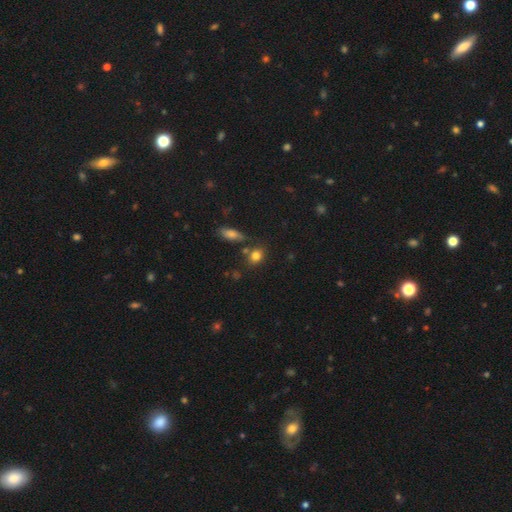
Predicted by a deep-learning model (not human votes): smooth_or_featured: smooth (p=0.81) [alt: star or artifact p=0.11]
how_rounded: in between (p=0.50) [alt: round p=0.48]
merging: none (p=0.69) [alt: minor disturbance p=0.14]